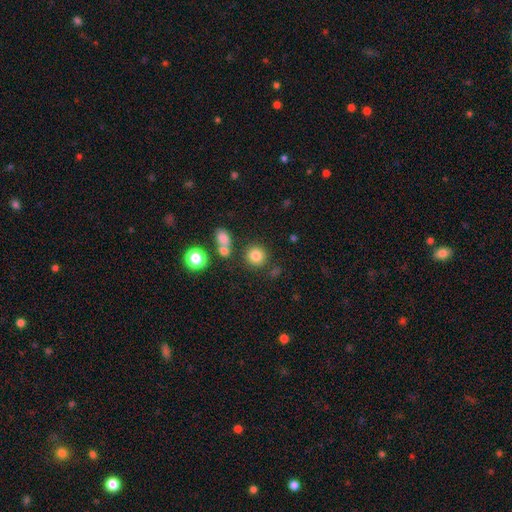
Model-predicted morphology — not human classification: This is clearly a smooth galaxy (81%). How rounded: clearly round (91%). Merging: likely none (78%).